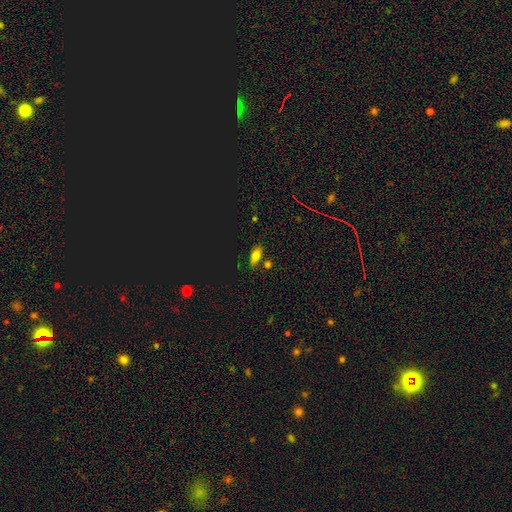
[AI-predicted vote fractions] This is likely a smooth galaxy (65%). How rounded: clearly in between (80%). Merging: likely none (74%).